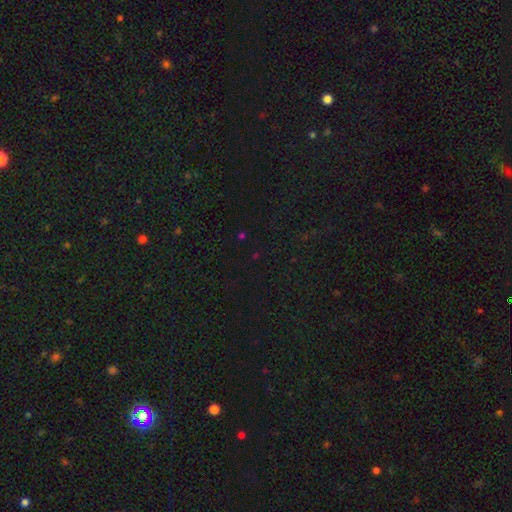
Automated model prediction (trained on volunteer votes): A star or artifact, not a galaxy (63%).

Vote fractions:
- Smooth or featured? star or artifact: 63% / smooth: 30% / featured or disk: 7%